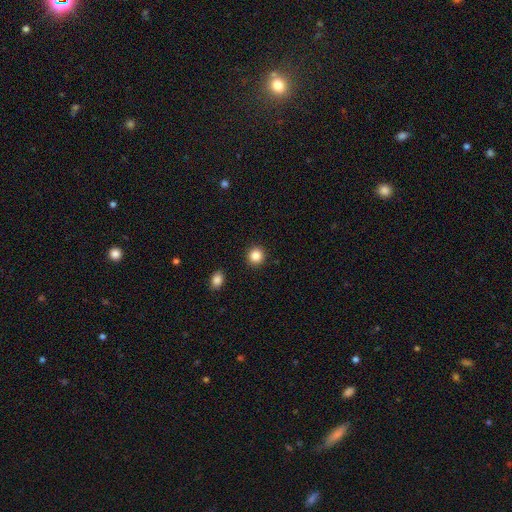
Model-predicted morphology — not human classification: Overall: smooth (86%). How rounded: round (92%). Merging: none (92%).